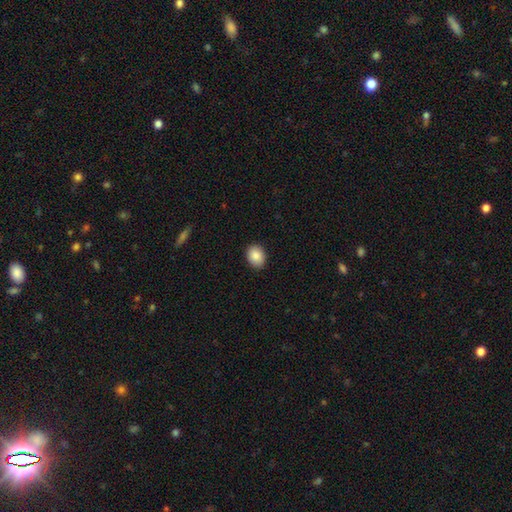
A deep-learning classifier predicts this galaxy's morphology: Smooth or featured? smooth (88%)
How rounded? in between (56%)
Merging? none (89%)